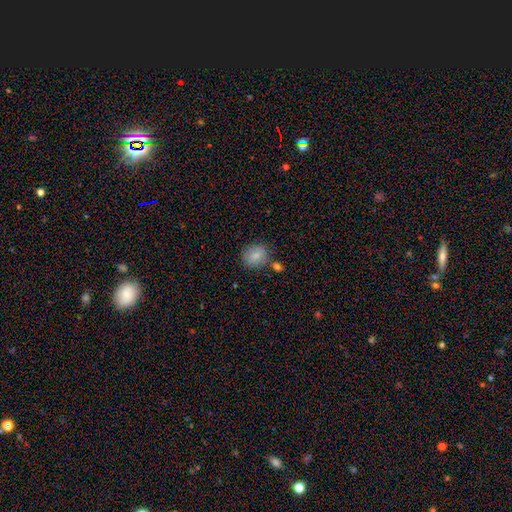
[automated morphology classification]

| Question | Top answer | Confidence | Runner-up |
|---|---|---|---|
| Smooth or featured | smooth | 84% | star or artifact (8%) |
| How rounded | round | 71% | in between (28%) |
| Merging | none | 73% | minor disturbance (14%) |